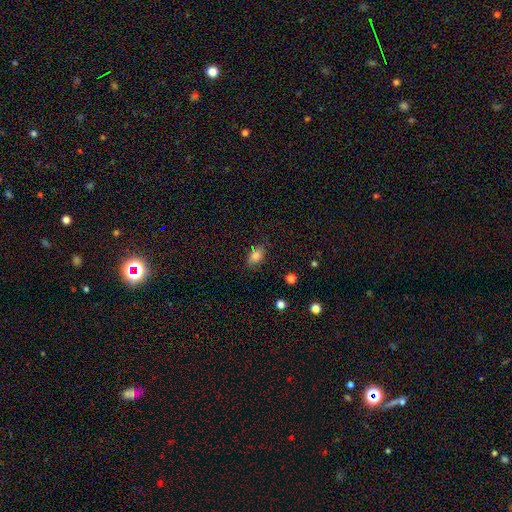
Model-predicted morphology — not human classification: Smooth or featured?
  - smooth: 81% *
  - star or artifact: 12%
  - featured or disk: 7%
How rounded?
  - in between: 83% *
  - round: 14%
  - cigar-shaped: 2%
Merging?
  - none: 78% *
  - minor disturbance: 15%
  - major disturbance: 4%
  - merger: 3%